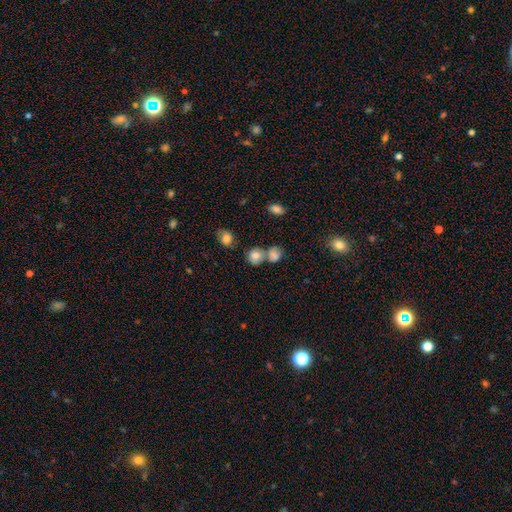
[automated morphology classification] The model was most divided on "merging": none: 48%, merger: 35%, minor disturbance: 12%, major disturbance: 5%. More confident: smooth or featured — smooth (78%); how rounded — round (77%).